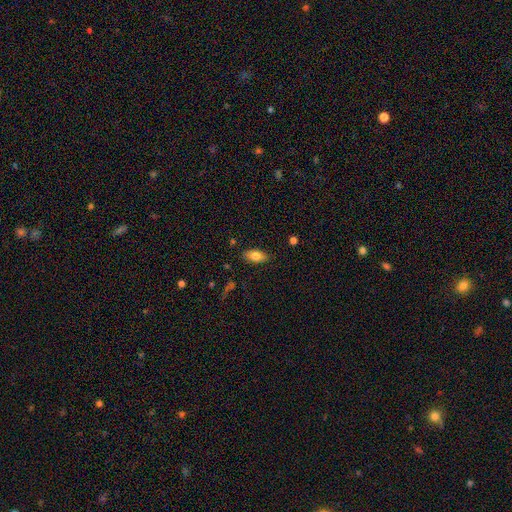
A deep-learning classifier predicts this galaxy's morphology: type=smooth (79%); roundness=in between (89%); merging=none (85%).